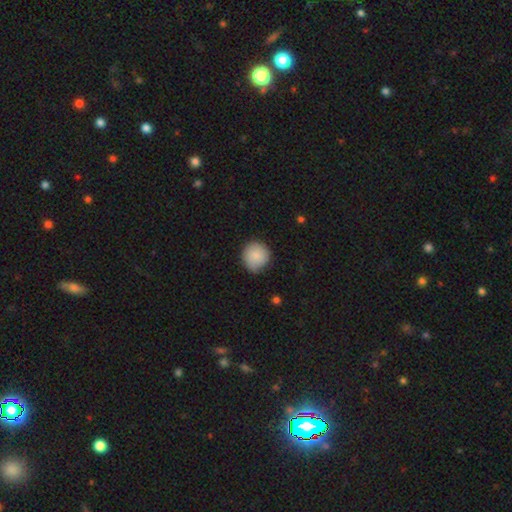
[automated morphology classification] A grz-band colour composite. It shows a smooth galaxy with no disk features (86%) that is round (92%). Merging: none (73%).